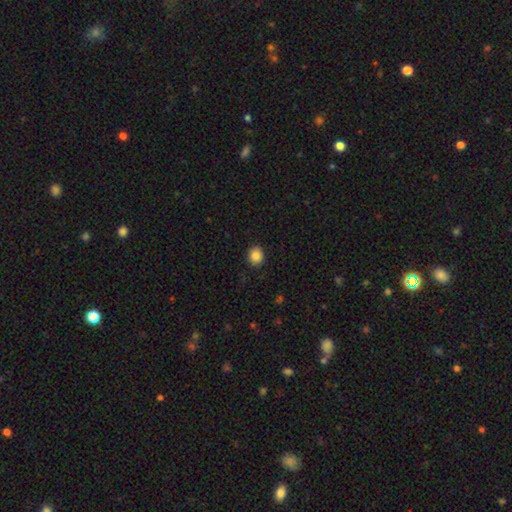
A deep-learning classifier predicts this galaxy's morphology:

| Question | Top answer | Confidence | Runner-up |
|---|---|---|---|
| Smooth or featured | smooth | 87% | star or artifact (9%) |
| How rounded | round | 76% | in between (23%) |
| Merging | none | 91% | minor disturbance (6%) |